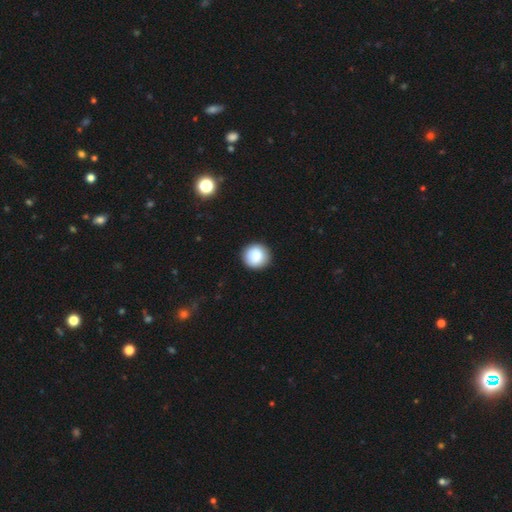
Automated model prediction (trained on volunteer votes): Q: Smooth or featured?
A: smooth (87%); runner-up: star or artifact (8%)
Q: How rounded?
A: round (94%); runner-up: in between (5%)
Q: Merging?
A: none (90%); runner-up: minor disturbance (7%)